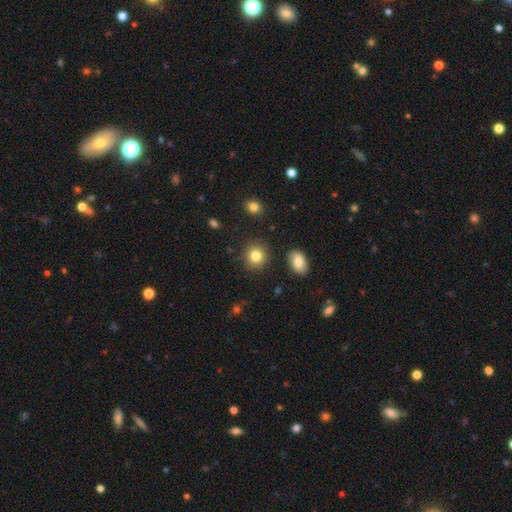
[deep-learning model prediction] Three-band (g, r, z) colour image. It shows a smooth galaxy with no disk features (83%) that is round (84%). Merging: none (87%).